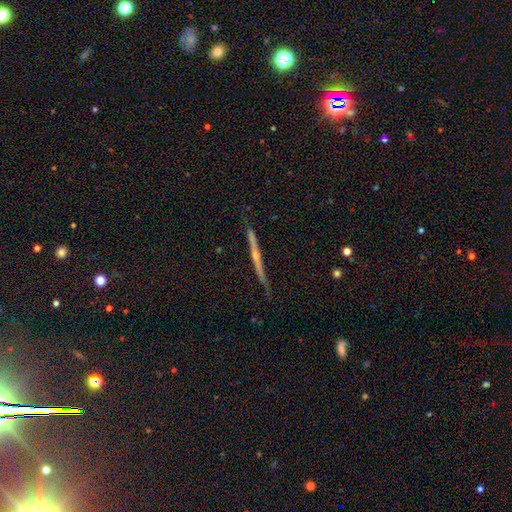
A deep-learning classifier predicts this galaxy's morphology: Overall: featured or disk (76%). Edge-on disk: yes (98%). Edge-on bulge: rounded (62%; none 33%). Merging: none (83%).